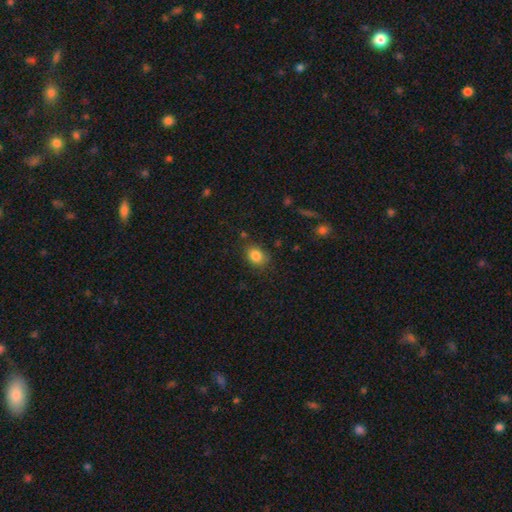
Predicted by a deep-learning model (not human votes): Smooth or featured?
  - smooth: 84% *
  - star or artifact: 10%
  - featured or disk: 6%
How rounded?
  - in between: 56% *
  - round: 43%
  - cigar-shaped: 1%
Merging?
  - none: 76% *
  - minor disturbance: 17%
  - major disturbance: 4%
  - merger: 2%